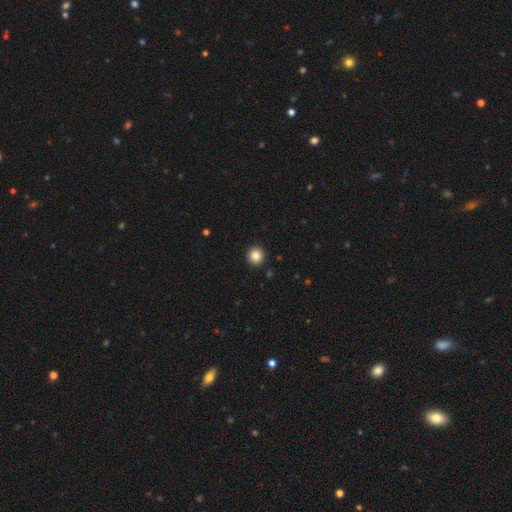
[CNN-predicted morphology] This appears to be a smooth galaxy with no disk features (85%) that is round (94%). Merging: none (93%).